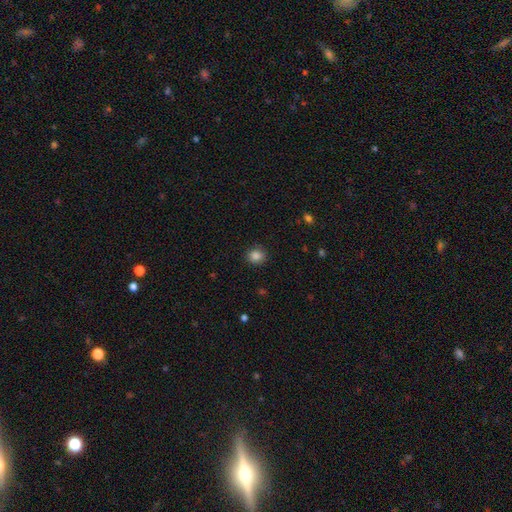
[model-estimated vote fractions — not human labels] Smooth or featured? smooth (86%)
How rounded? round (77%)
Merging? none (89%)